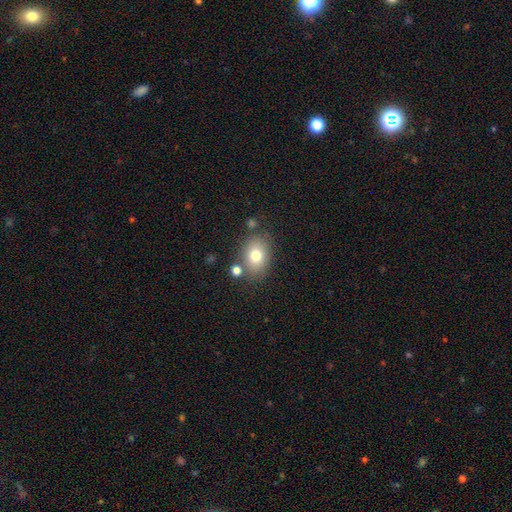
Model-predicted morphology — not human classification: smooth 76%, featured or disk 14%, star or artifact 11%. Down the decision tree: how rounded — in between (67%); merging — none (74%).